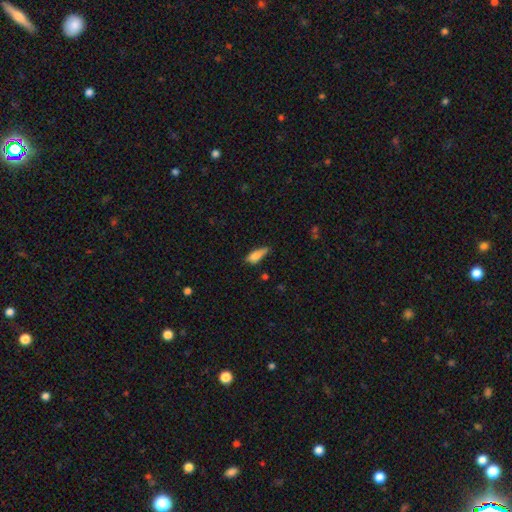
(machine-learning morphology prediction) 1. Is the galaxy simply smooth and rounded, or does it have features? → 78% smooth, 15% featured or disk, 8% star or artifact.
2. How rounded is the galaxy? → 64% in between, 33% cigar-shaped, 3% round.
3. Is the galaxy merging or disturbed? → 47% none, 39% minor disturbance, 10% major disturbance, 3% merger.